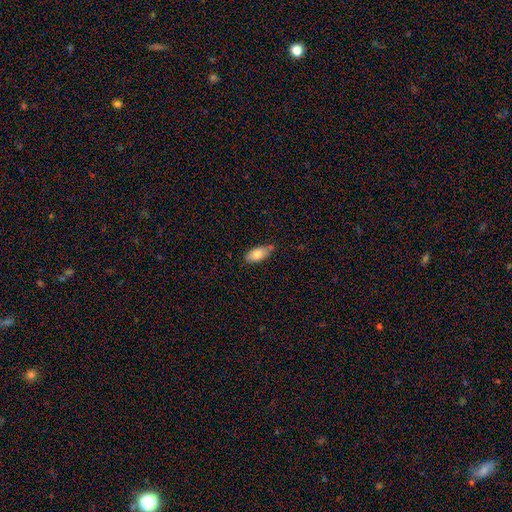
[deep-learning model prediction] smooth-or-featured: smooth: 78% | featured or disk: 15% | star or artifact: 7%
  how-rounded: in between: 90% | cigar-shaped: 7% | round: 3%
  merging: none: 68% | minor disturbance: 23% | merger: 5% | major disturbance: 4%